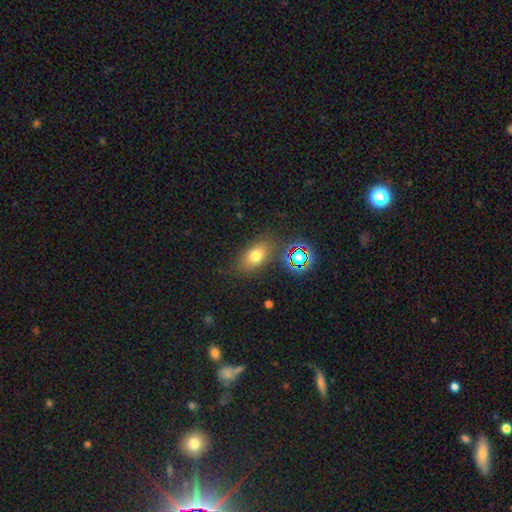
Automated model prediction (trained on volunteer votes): Morphology: type=smooth (69%); roundness=in between (76%); merging=none (80%).